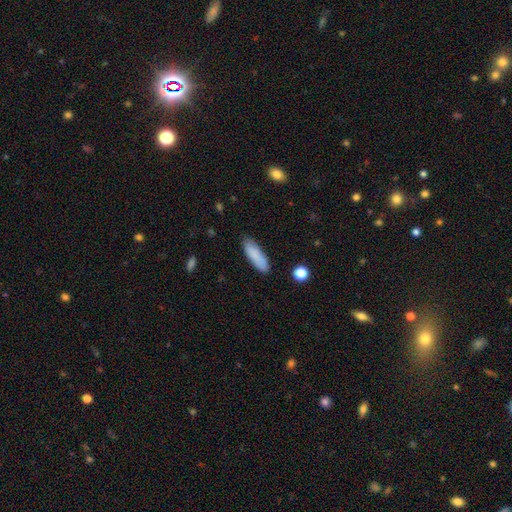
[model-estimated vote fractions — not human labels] smooth 86%, featured or disk 7%, star or artifact 6%. Down the decision tree: how rounded — cigar-shaped (52%); merging — none (83%).